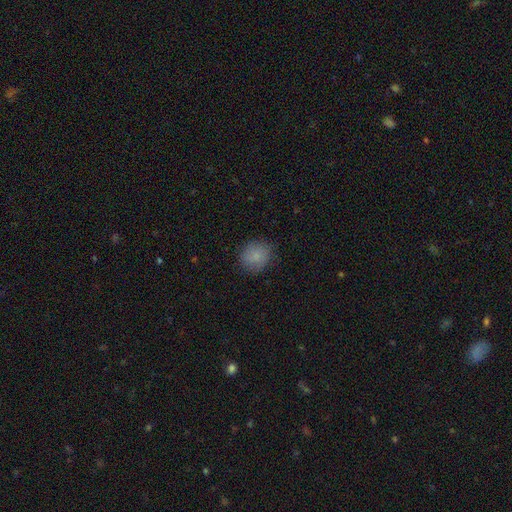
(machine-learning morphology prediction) This is clearly a smooth galaxy (82%). How rounded: clearly round (80%). Merging: clearly none (80%).